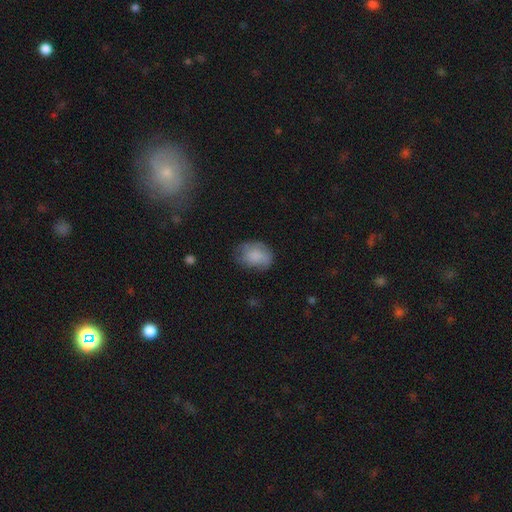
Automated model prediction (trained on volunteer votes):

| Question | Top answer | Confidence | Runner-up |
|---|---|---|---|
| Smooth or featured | smooth | 75% | featured or disk (17%) |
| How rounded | in between | 61% | round (38%) |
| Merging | none | 59% | minor disturbance (28%) |